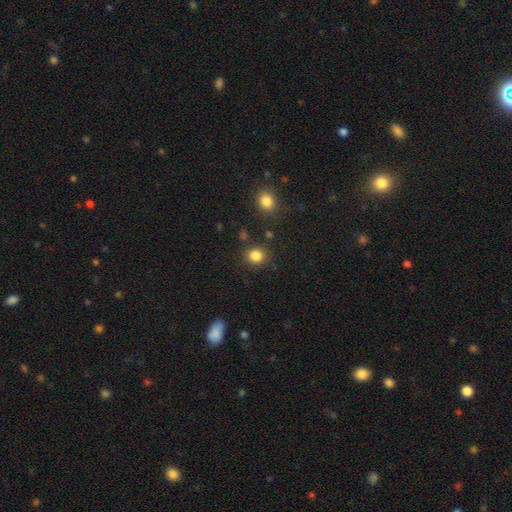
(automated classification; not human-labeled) Q: Smooth or featured?
A: smooth (84%); runner-up: star or artifact (11%)
Q: How rounded?
A: round (81%); runner-up: in between (19%)
Q: Merging?
A: none (85%); runner-up: minor disturbance (8%)